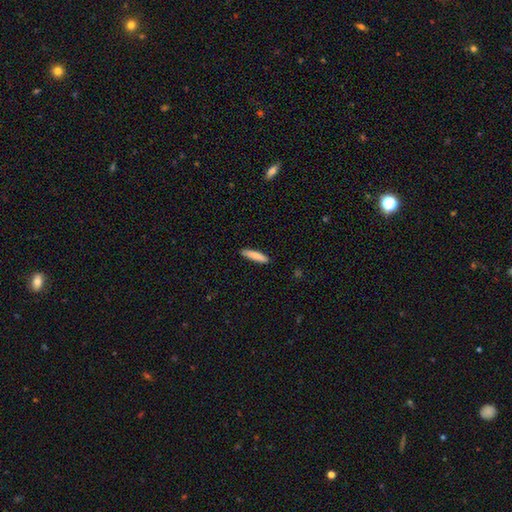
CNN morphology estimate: A smooth galaxy with no disk features (84%) that is cigar-shaped (87%). Merging: none (90%).